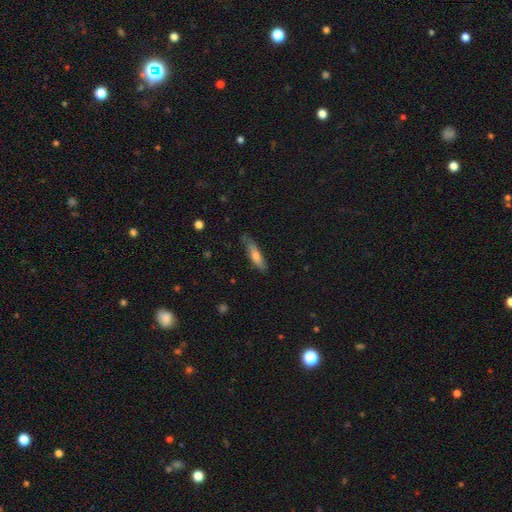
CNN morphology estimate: Smooth or featured? Predicted: smooth (p=0.65). How rounded? Predicted: cigar-shaped (p=0.74). Merging? Predicted: none (p=0.72).